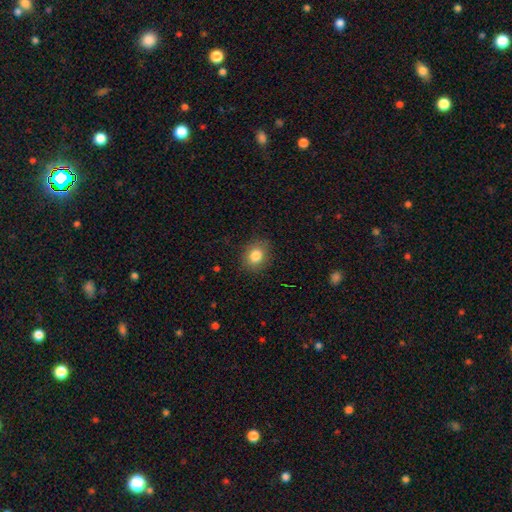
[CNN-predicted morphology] A smooth galaxy with no disk features (83%) that is round (56%). Merging: none (85%).